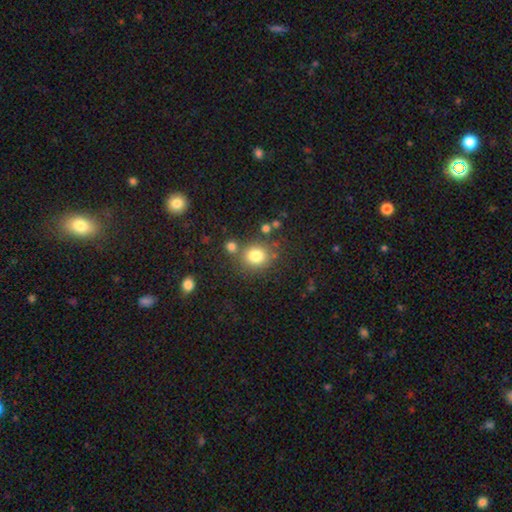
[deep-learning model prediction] smooth_or_featured: smooth (p=0.79) [alt: star or artifact p=0.13]
how_rounded: round (p=0.80) [alt: in between p=0.19]
merging: none (p=0.72) [alt: merger p=0.13]